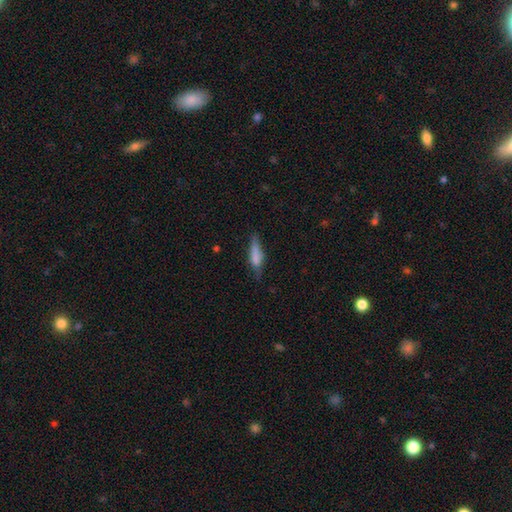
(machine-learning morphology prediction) This is likely a smooth galaxy (67%). How rounded: likely cigar-shaped (70%). Merging: likely none (63%).